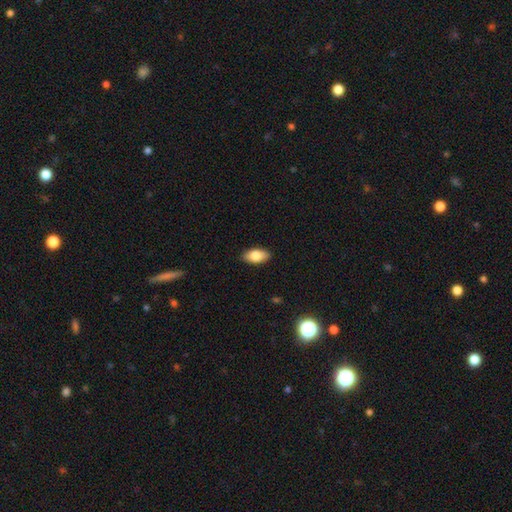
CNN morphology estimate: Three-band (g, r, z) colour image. It shows a smooth galaxy with no disk features (82%) that is in between round and cigar-shaped (93%). Merging: none (89%).